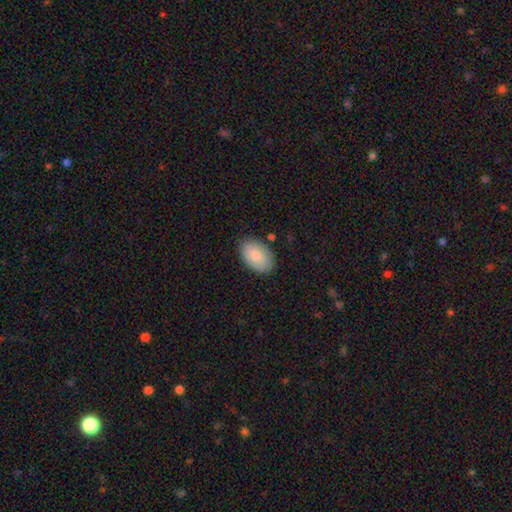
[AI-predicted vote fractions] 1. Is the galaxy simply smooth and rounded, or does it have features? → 83% smooth, 11% featured or disk, 6% star or artifact.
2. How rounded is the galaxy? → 92% in between, 7% round, 1% cigar-shaped.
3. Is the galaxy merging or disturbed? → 82% none, 14% minor disturbance, 3% major disturbance, 2% merger.